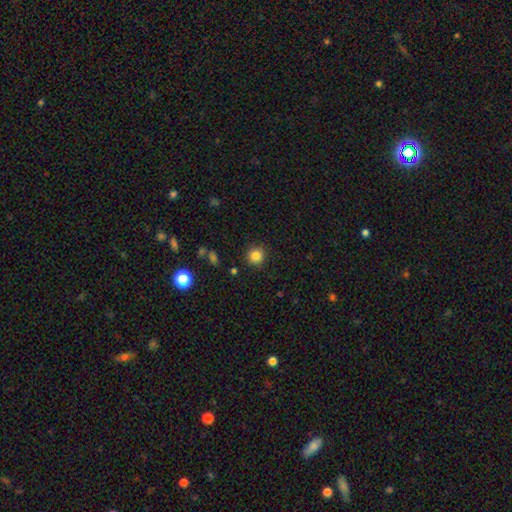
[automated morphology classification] The model was most divided on "smooth or featured": smooth: 83%, star or artifact: 12%, featured or disk: 5%. More confident: how rounded — round (93%); merging — none (90%).